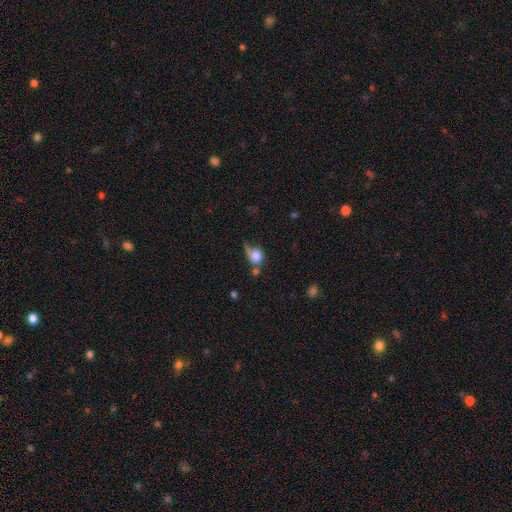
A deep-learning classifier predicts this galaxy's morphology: type=smooth (76%); roundness=round (66%); merging=none (29%).